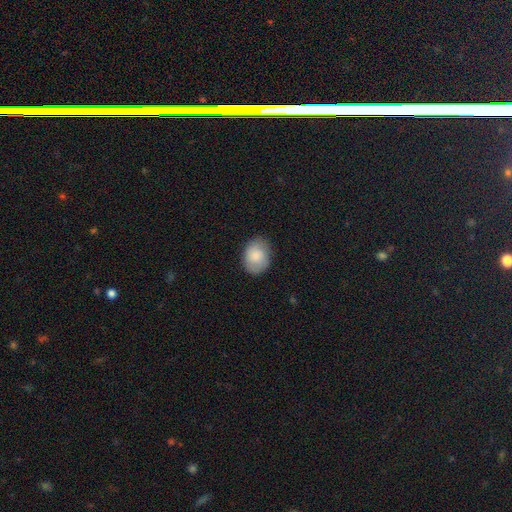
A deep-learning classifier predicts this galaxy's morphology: Overall: smooth (80%). How rounded: in between (59%; round 40%). Merging: none (82%).